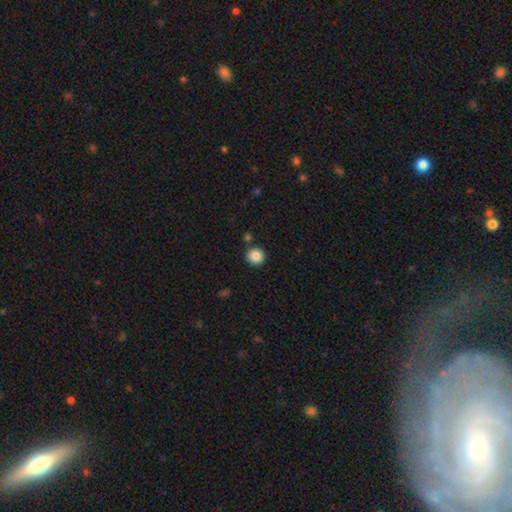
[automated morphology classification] A smooth galaxy with no disk features (86%) that is round (93%).

Vote fractions:
- Smooth or featured? smooth: 86% / star or artifact: 9% / featured or disk: 5%
- How rounded? round: 93% / in between: 6% / cigar-shaped: 1%
- Merging? none: 86% / minor disturbance: 7% / merger: 5% / major disturbance: 2%